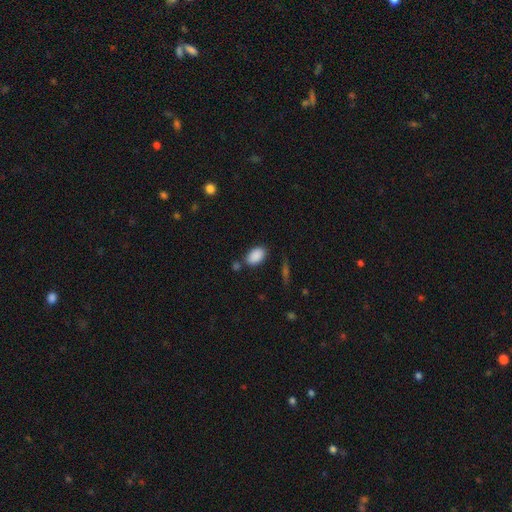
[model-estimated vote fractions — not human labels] Q: Smooth or featured?
A: smooth (88%); runner-up: star or artifact (8%)
Q: How rounded?
A: in between (90%); runner-up: round (8%)
Q: Merging?
A: none (73%); runner-up: minor disturbance (14%)